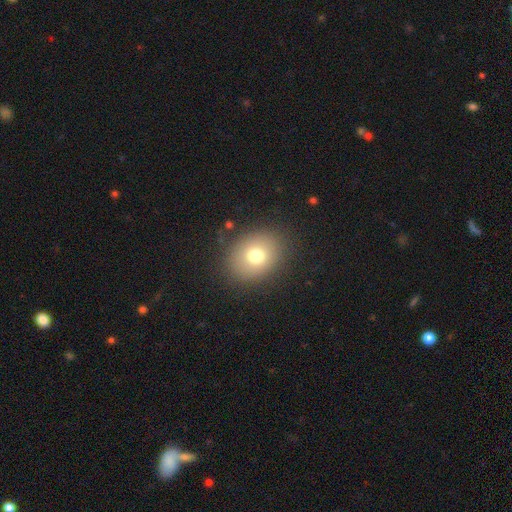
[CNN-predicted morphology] smooth-or-featured: smooth: 75% | star or artifact: 13% | featured or disk: 12%
  how-rounded: round: 55% | in between: 45% | cigar-shaped: 1%
  merging: none: 85% | minor disturbance: 9% | major disturbance: 4% | merger: 1%